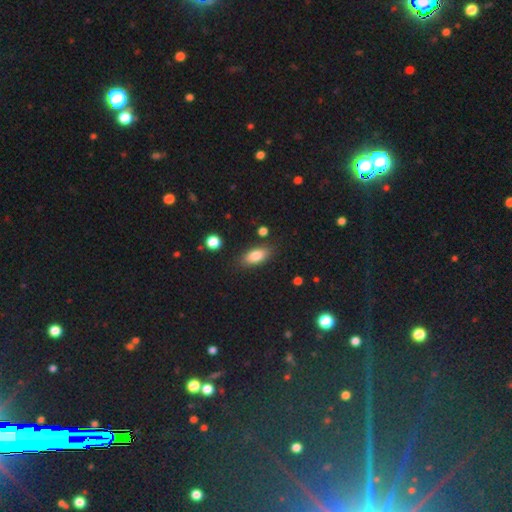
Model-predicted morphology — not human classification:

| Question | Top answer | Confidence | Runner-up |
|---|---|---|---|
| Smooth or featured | smooth | 82% | featured or disk (9%) |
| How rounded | in between | 85% | cigar-shaped (11%) |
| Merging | none | 82% | minor disturbance (12%) |